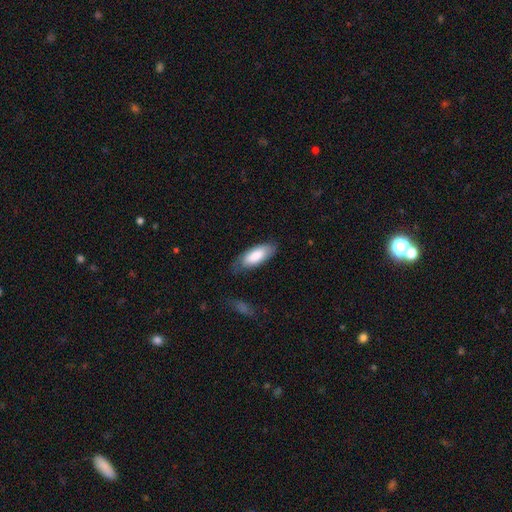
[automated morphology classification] The model was most divided on "merging": none: 69%, minor disturbance: 23%, major disturbance: 6%, merger: 2%. More confident: how rounded — in between (82%); smooth or featured — smooth (81%).